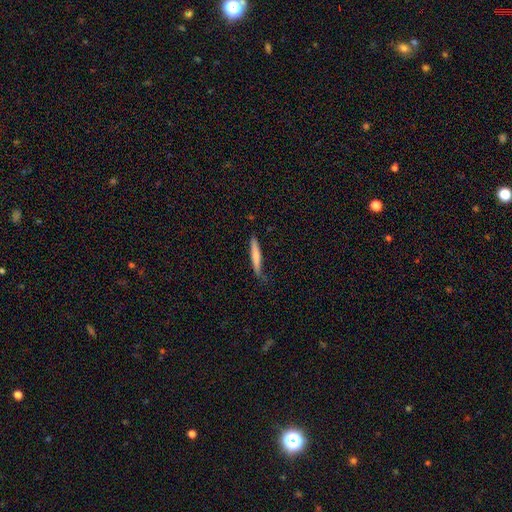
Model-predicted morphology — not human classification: Q: Smooth or featured?
A: smooth (71%); runner-up: featured or disk (24%)
Q: How rounded?
A: cigar-shaped (93%); runner-up: in between (6%)
Q: Merging?
A: none (63%); runner-up: minor disturbance (28%)